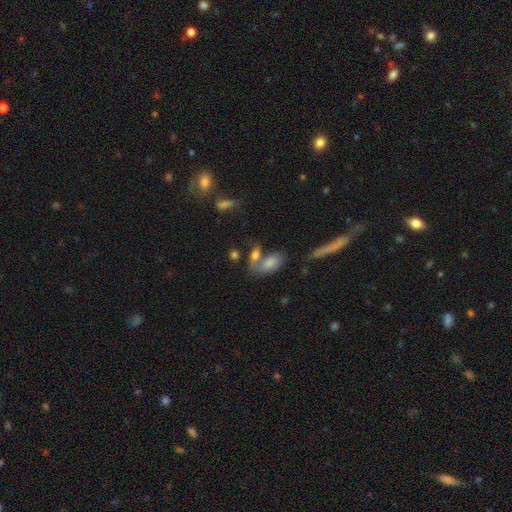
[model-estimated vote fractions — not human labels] The model was most divided on "merging": merger: 40%, none: 39%, minor disturbance: 14%, major disturbance: 8%. More confident: how rounded — in between (83%); smooth or featured — smooth (71%).